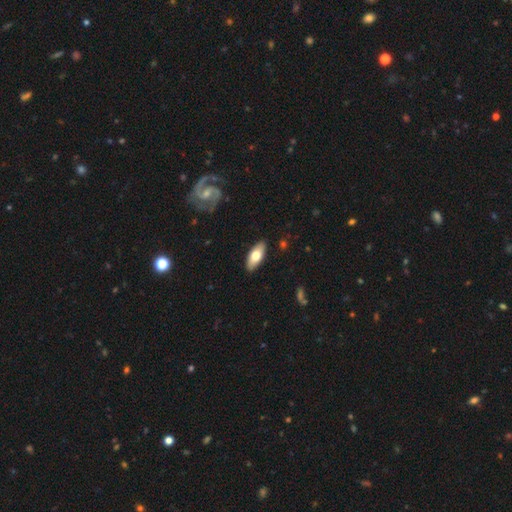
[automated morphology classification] smooth-or-featured: smooth: 70% | featured or disk: 25% | star or artifact: 5%
  how-rounded: in between: 82% | cigar-shaped: 16% | round: 2%
  merging: none: 89% | minor disturbance: 8% | major disturbance: 2% | merger: 1%